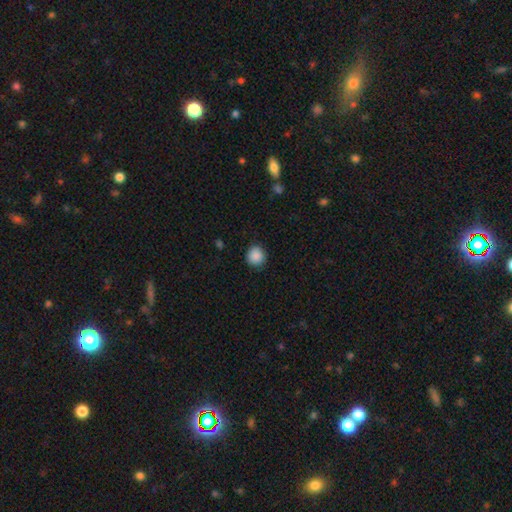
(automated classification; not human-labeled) smooth-or-featured: smooth: 88% | star or artifact: 9% | featured or disk: 3%
  how-rounded: round: 91% | in between: 8% | cigar-shaped: 1%
  merging: none: 89% | minor disturbance: 8% | major disturbance: 2% | merger: 1%